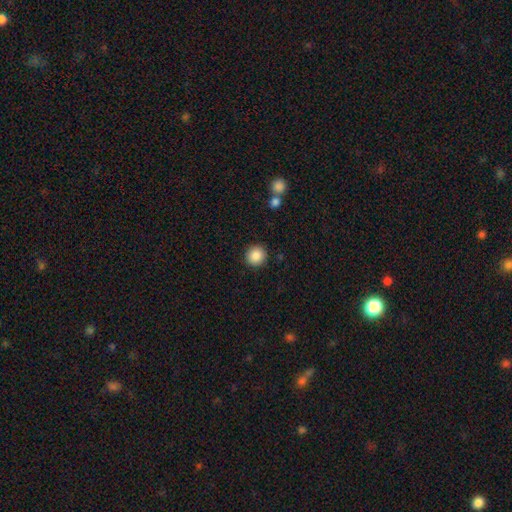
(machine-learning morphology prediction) smooth 88%, star or artifact 9%, featured or disk 4%. Down the decision tree: how rounded — round (92%); merging — none (91%).